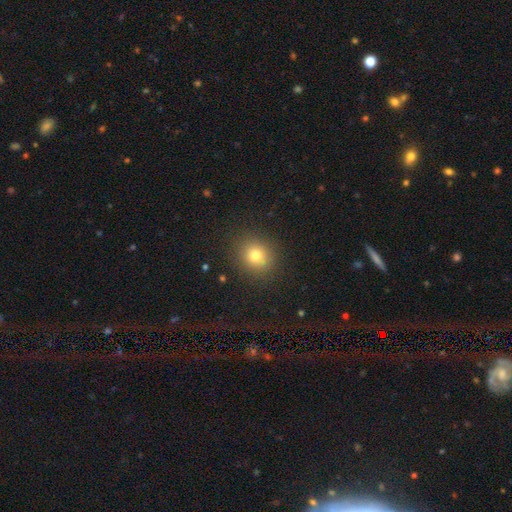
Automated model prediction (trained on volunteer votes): smooth-or-featured: smooth: 77% | star or artifact: 14% | featured or disk: 9%
  how-rounded: round: 77% | in between: 22% | cigar-shaped: 1%
  merging: none: 88% | minor disturbance: 8% | major disturbance: 3% | merger: 1%